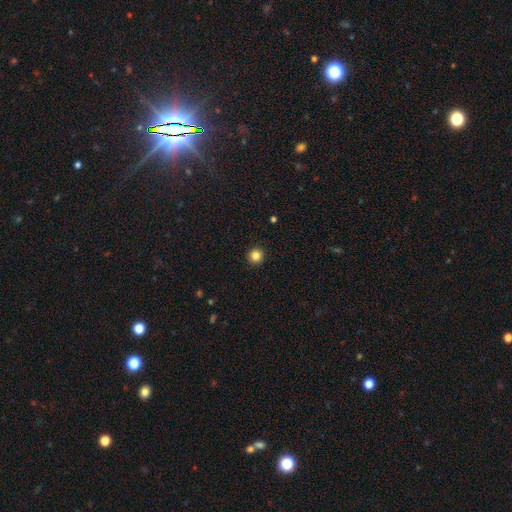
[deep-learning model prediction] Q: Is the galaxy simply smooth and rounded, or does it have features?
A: smooth — 85%.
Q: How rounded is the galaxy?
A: round — 95%.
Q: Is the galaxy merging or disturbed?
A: none — 93%.